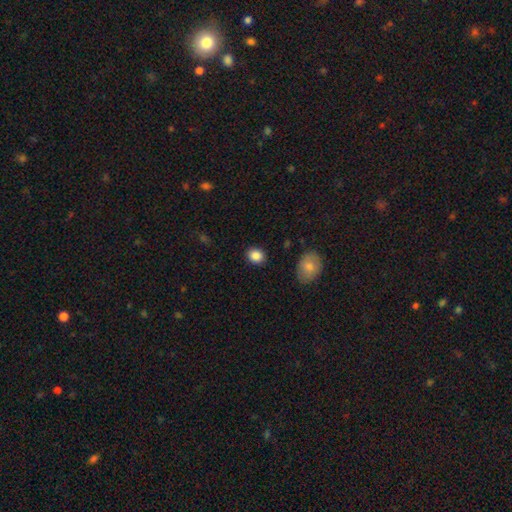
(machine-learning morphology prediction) smooth_or_featured: smooth (p=0.87) [alt: star or artifact p=0.09]
how_rounded: round (p=0.62) [alt: in between p=0.37]
merging: none (p=0.88) [alt: minor disturbance p=0.08]